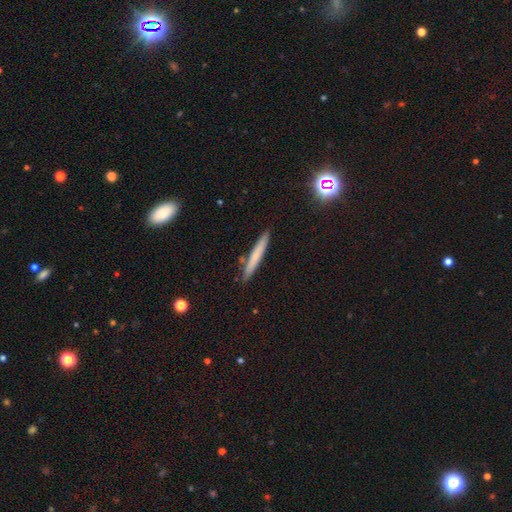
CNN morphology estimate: smooth 65%, featured or disk 27%, star or artifact 8%. Down the decision tree: how rounded — cigar-shaped (95%); merging — none (87%).